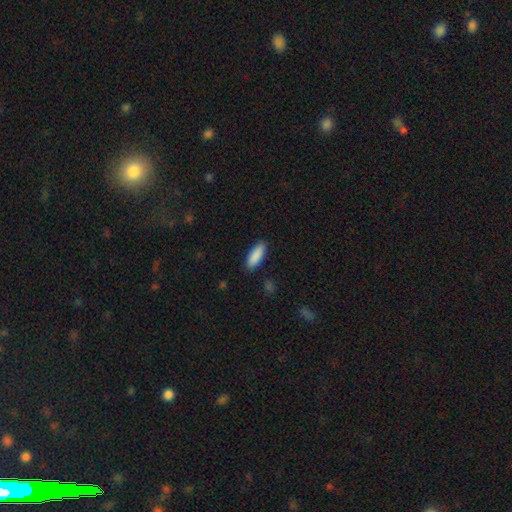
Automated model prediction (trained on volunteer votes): Smooth or featured? smooth (90%)
How rounded? in between (69%)
Merging? none (88%)